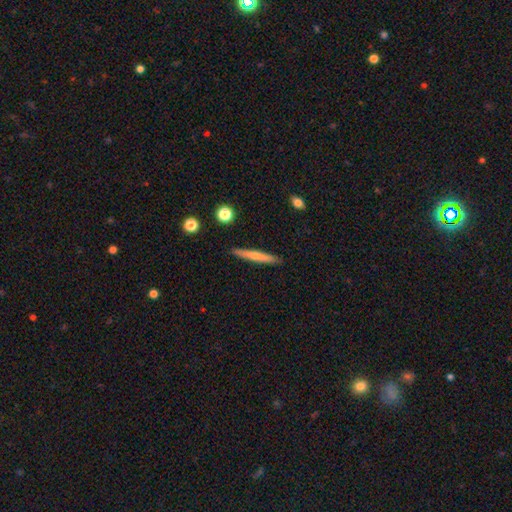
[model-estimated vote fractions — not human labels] The model was most divided on "smooth or featured": smooth: 57%, featured or disk: 37%, star or artifact: 6%. More confident: how rounded — cigar-shaped (95%); merging — none (90%).